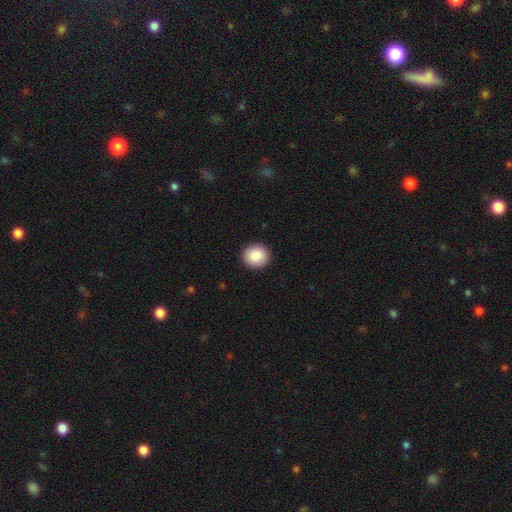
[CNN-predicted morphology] Overall: smooth (88%). How rounded: round (88%). Merging: none (92%).